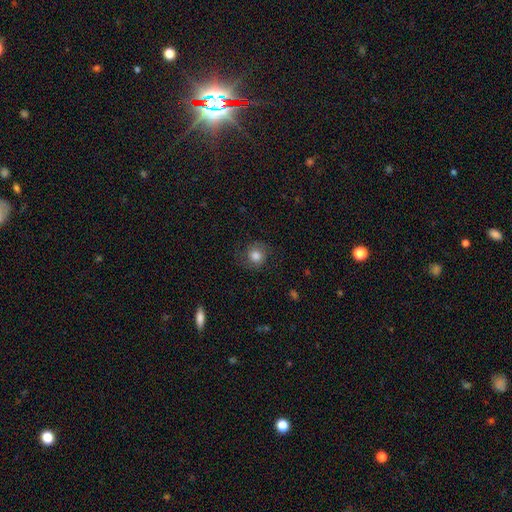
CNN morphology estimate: Overall: smooth (64%; featured or disk 27%). How rounded: round (85%). Merging: none (74%).